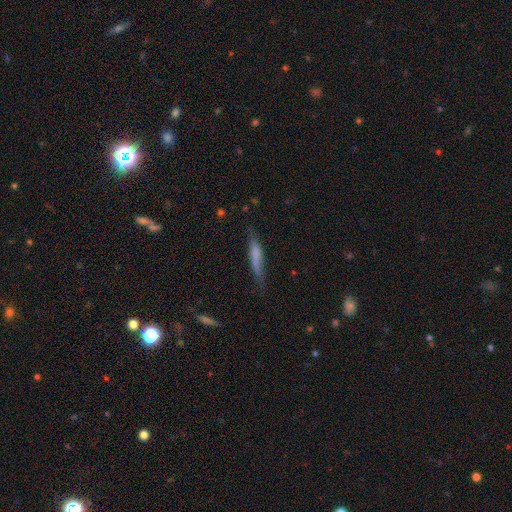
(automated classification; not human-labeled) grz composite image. It shows a smooth galaxy with no disk features (59%) that is cigar-shaped (86%). Merging: none (58%).